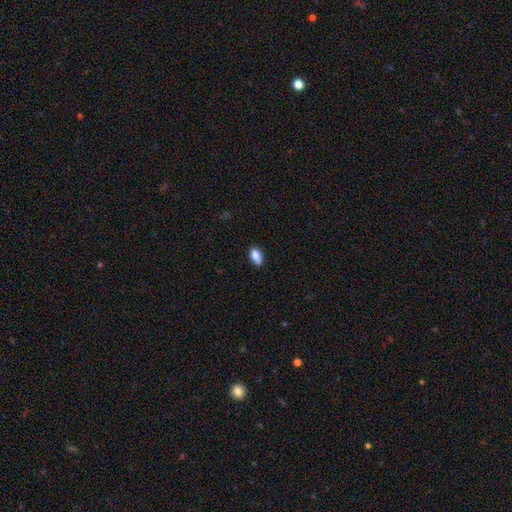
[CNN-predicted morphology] Smooth or featured?
  - smooth: 87% *
  - star or artifact: 8%
  - featured or disk: 5%
How rounded?
  - in between: 90% *
  - round: 7%
  - cigar-shaped: 3%
Merging?
  - none: 79% *
  - minor disturbance: 17%
  - major disturbance: 3%
  - merger: 1%